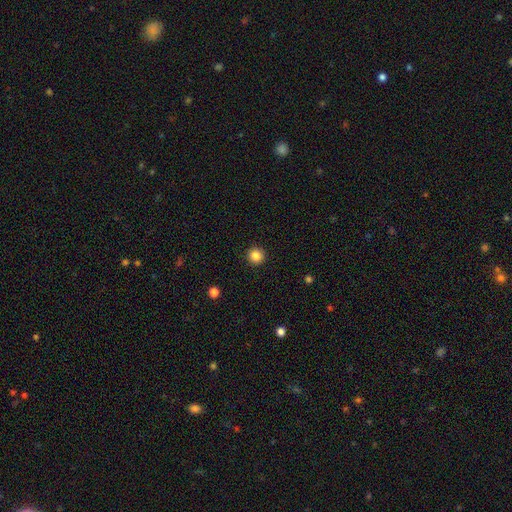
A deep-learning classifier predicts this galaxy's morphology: Q: Smooth or featured?
A: smooth (86%); runner-up: star or artifact (11%)
Q: How rounded?
A: round (95%); runner-up: in between (4%)
Q: Merging?
A: none (93%); runner-up: minor disturbance (5%)